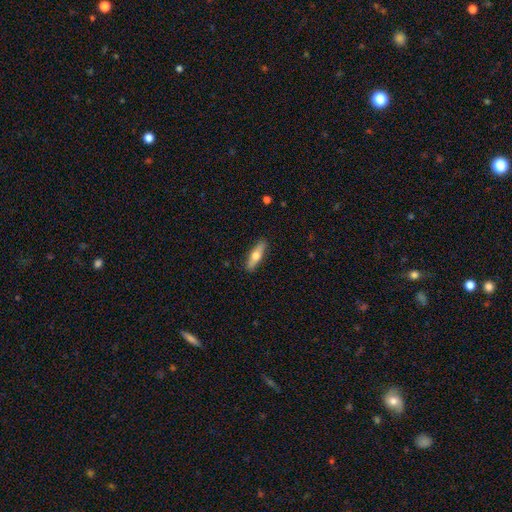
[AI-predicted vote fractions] This is possibly a smooth galaxy (56%). How rounded: likely cigar-shaped (64%). Merging: clearly none (89%).